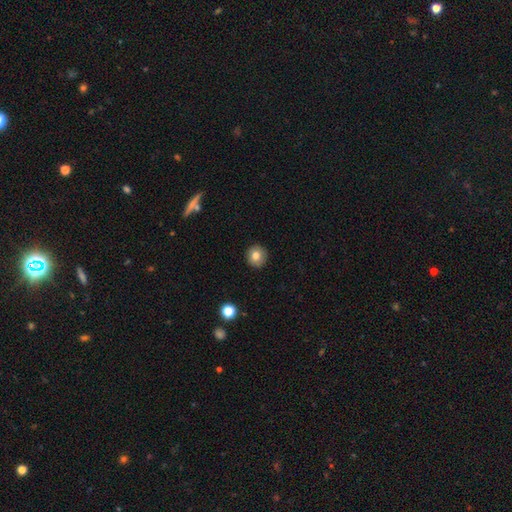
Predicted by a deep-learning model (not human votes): Smooth or featured? smooth (80%)
How rounded? round (91%)
Merging? none (92%)